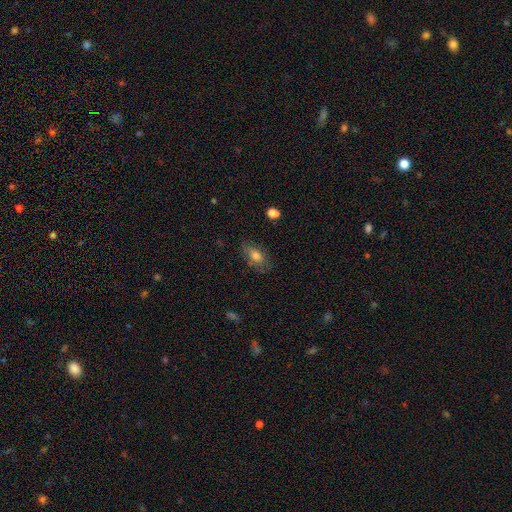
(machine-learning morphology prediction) Q: Smooth or featured?
A: smooth (68%); runner-up: featured or disk (22%)
Q: How rounded?
A: in between (84%); runner-up: cigar-shaped (8%)
Q: Merging?
A: none (69%); runner-up: minor disturbance (22%)